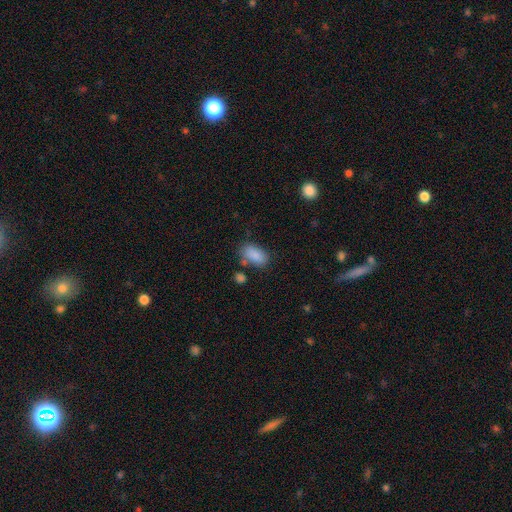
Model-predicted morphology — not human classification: Smooth or featured: smooth — 87% (star or artifact — 8%)
How rounded: in between — 93% (round — 5%)
Merging: none — 67% (minor disturbance — 17%)